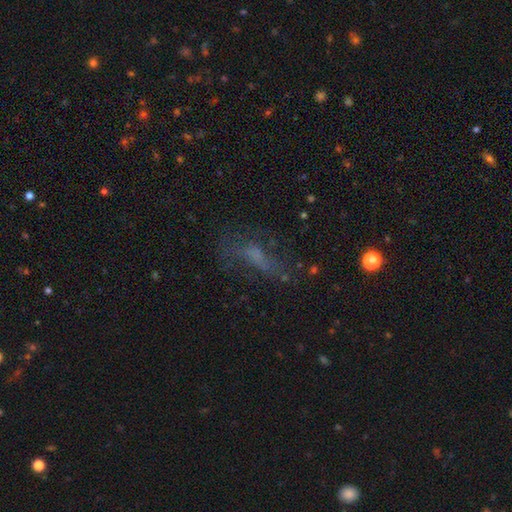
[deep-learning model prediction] Smooth or featured?
  - smooth: 40% *
  - featured or disk: 36%
  - star or artifact: 25%
Merging?
  - none: 48% *
  - major disturbance: 27%
  - minor disturbance: 21%
  - merger: 4%